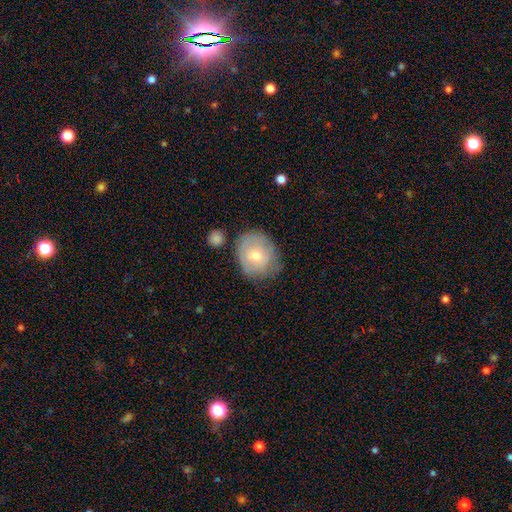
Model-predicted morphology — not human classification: Smooth or featured? smooth (62%)
How rounded? round (62%)
Merging? none (62%)